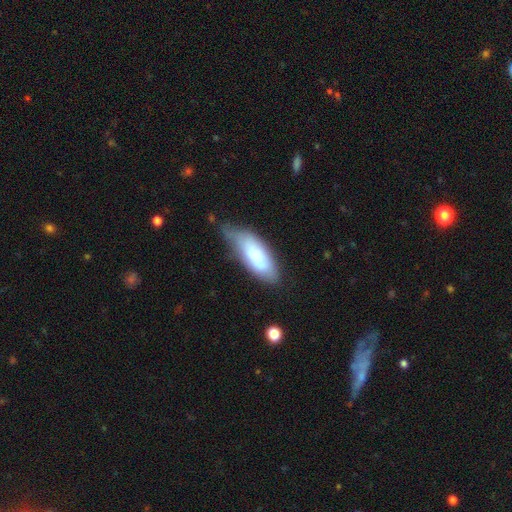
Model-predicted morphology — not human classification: A smooth galaxy with no disk features (67%) that is in between round and cigar-shaped (77%).

Vote fractions:
- Smooth or featured? smooth: 67% / featured or disk: 27% / star or artifact: 6%
- How rounded? in between: 77% / cigar-shaped: 21% / round: 2%
- Merging? none: 46% / minor disturbance: 38% / major disturbance: 12% / merger: 3%